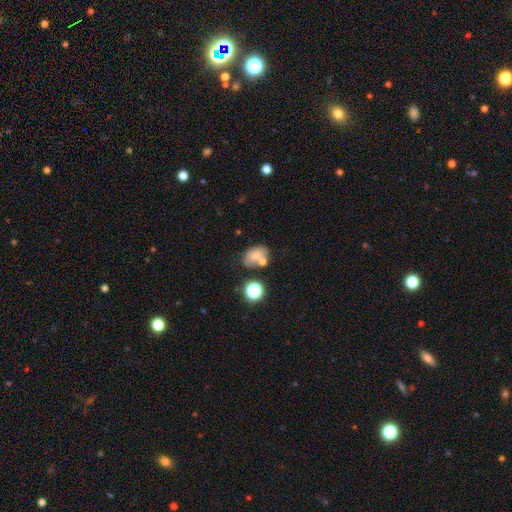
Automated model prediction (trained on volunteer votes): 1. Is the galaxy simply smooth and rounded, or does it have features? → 66% smooth, 20% featured or disk, 14% star or artifact.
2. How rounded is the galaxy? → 69% in between, 30% round, 1% cigar-shaped.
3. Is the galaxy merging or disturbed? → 49% none, 26% merger, 17% minor disturbance, 7% major disturbance.